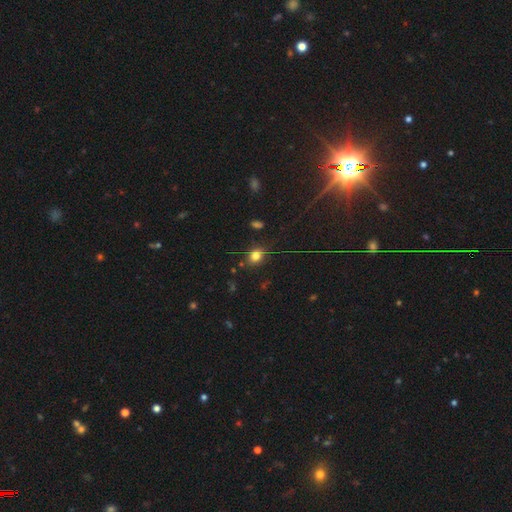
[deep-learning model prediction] This is likely a smooth galaxy (79%). How rounded: likely round (65%). Merging: clearly none (82%).